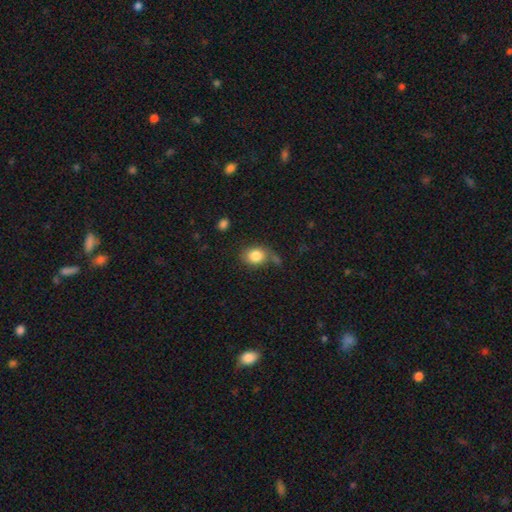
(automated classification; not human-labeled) Smooth or featured?
  - smooth: 83% *
  - star or artifact: 9%
  - featured or disk: 8%
How rounded?
  - round: 56% *
  - in between: 43%
  - cigar-shaped: 1%
Merging?
  - none: 59% *
  - minor disturbance: 20%
  - major disturbance: 11%
  - merger: 9%